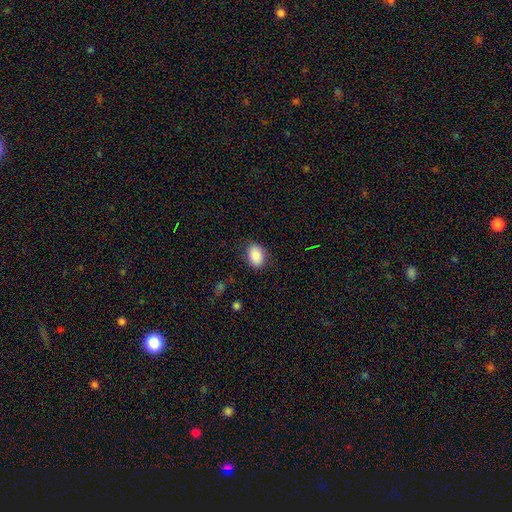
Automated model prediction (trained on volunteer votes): smooth-or-featured: smooth: 87% | star or artifact: 8% | featured or disk: 5%
  how-rounded: in between: 76% | round: 23% | cigar-shaped: 1%
  merging: none: 80% | minor disturbance: 15% | major disturbance: 4% | merger: 1%